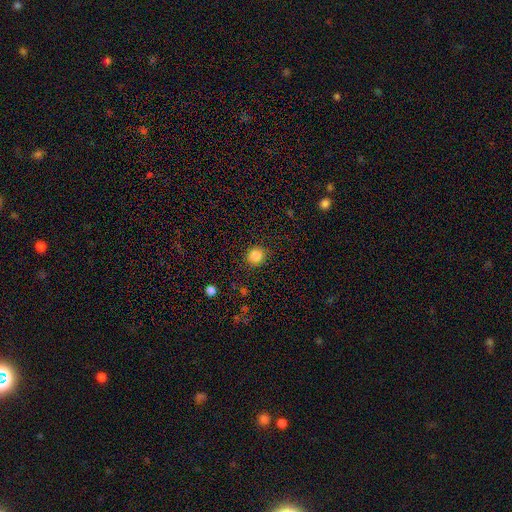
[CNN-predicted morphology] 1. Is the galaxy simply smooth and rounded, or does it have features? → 85% smooth, 11% star or artifact, 4% featured or disk.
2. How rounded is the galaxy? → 90% round, 9% in between, 1% cigar-shaped.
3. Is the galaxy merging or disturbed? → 89% none, 7% minor disturbance, 2% major disturbance, 1% merger.